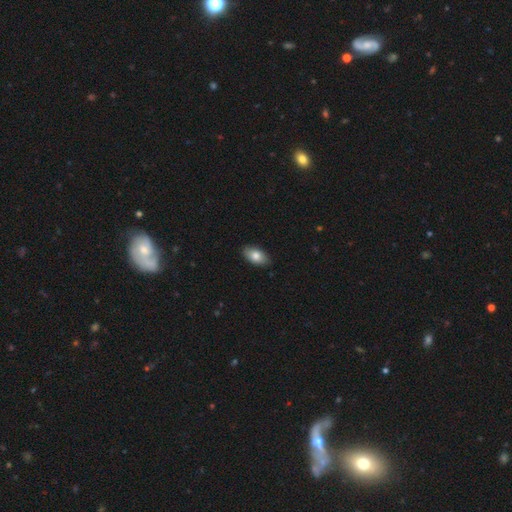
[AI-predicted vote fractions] This appears to be a smooth galaxy with no disk features (80%) that is in between round and cigar-shaped (93%). Merging: none (88%).